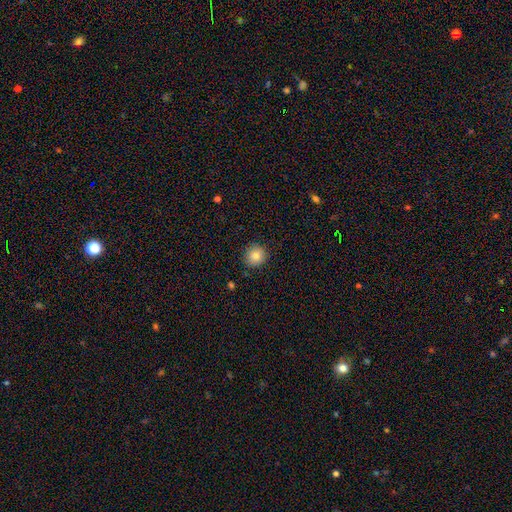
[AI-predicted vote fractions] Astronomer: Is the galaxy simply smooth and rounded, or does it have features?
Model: smooth — 83%.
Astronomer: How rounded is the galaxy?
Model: round — 90%.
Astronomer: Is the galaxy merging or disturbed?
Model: none — 89%.